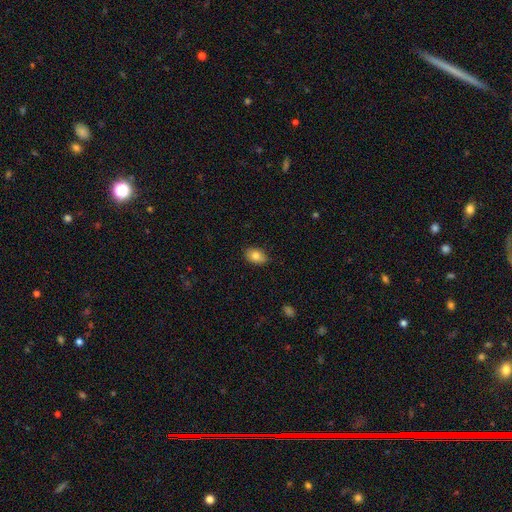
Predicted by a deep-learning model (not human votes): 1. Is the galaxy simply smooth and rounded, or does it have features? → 81% smooth, 12% featured or disk, 8% star or artifact.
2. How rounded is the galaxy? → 86% in between, 13% round, 2% cigar-shaped.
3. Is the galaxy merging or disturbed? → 82% none, 15% minor disturbance, 2% major disturbance, 1% merger.